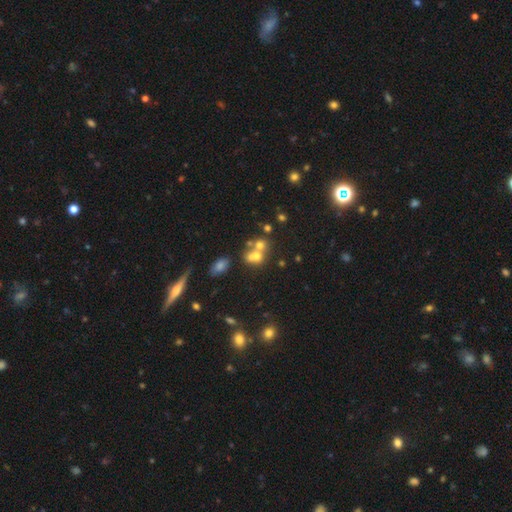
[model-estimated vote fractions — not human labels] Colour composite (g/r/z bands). It shows a smooth galaxy with no disk features (61%) that is round (64%). Merging: merger (59%).